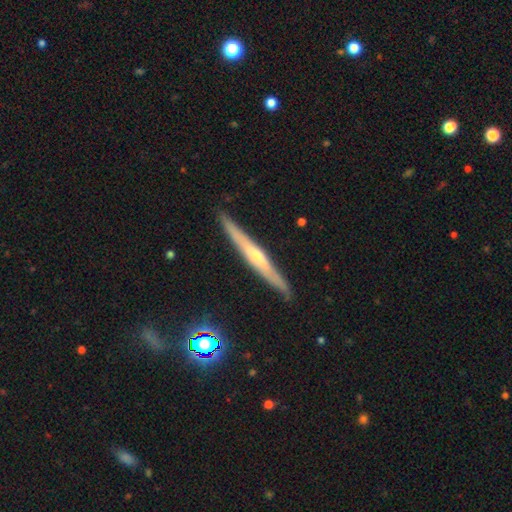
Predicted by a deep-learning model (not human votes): smooth-or-featured: featured or disk: 67% | smooth: 27% | star or artifact: 6%
  disk-edge-on: yes: 96% | no: 4%
    edge-on-bulge: rounded: 66% | none: 28% | boxy: 6%
  merging: none: 90% | minor disturbance: 8% | major disturbance: 1% | merger: 1%